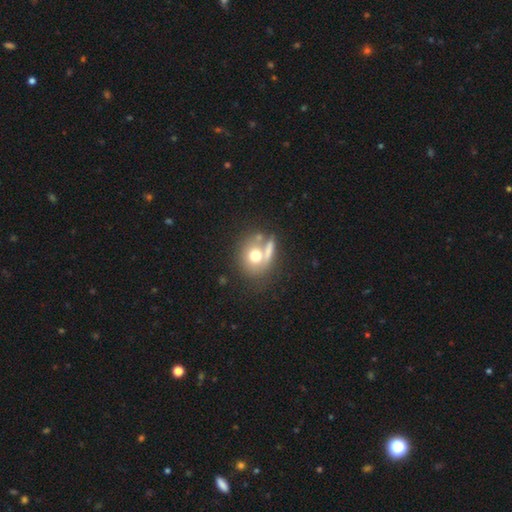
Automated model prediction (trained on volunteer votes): Smooth or featured? smooth (68%)
How rounded? round (77%)
Merging? none (48%)